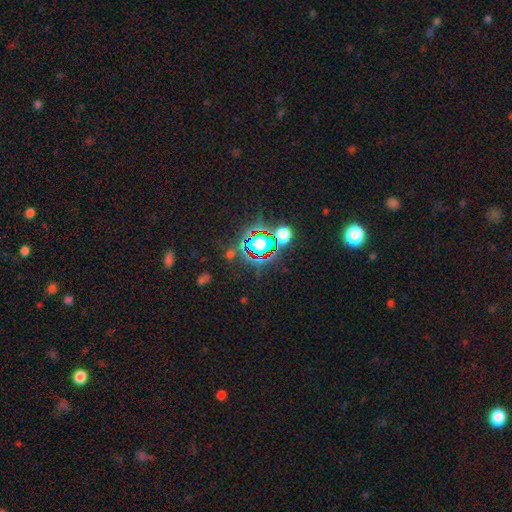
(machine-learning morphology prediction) A star or artifact, not a galaxy (80%).